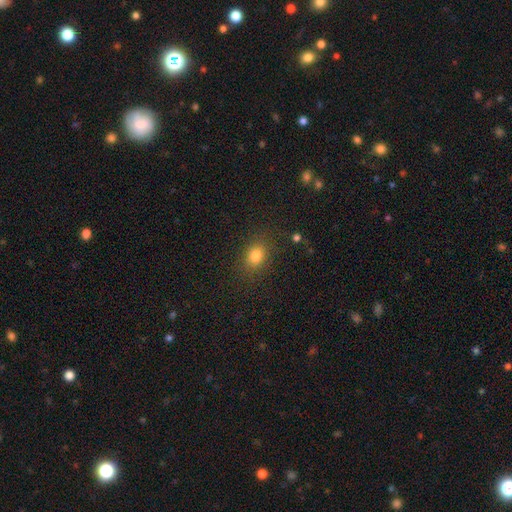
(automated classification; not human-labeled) A smooth galaxy with no disk features (80%) that is in between round and cigar-shaped (56%).

Vote fractions:
- Smooth or featured? smooth: 80% / star or artifact: 13% / featured or disk: 6%
- How rounded? in between: 56% / round: 42% / cigar-shaped: 2%
- Merging? none: 83% / minor disturbance: 11% / major disturbance: 4% / merger: 2%